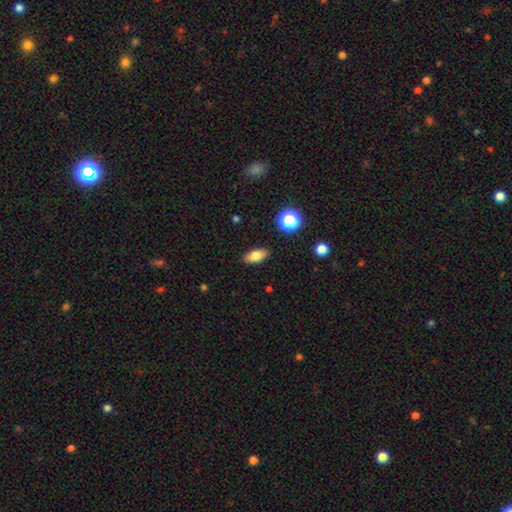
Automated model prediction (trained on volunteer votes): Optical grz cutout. It shows a smooth galaxy with no disk features (78%) that is in between round and cigar-shaped (84%). Merging: none (88%).